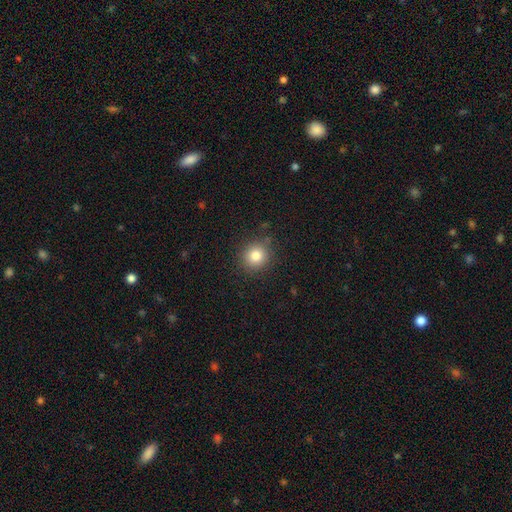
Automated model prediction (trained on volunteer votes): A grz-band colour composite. It shows a smooth galaxy with no disk features (82%) that is round (88%). Merging: none (87%).